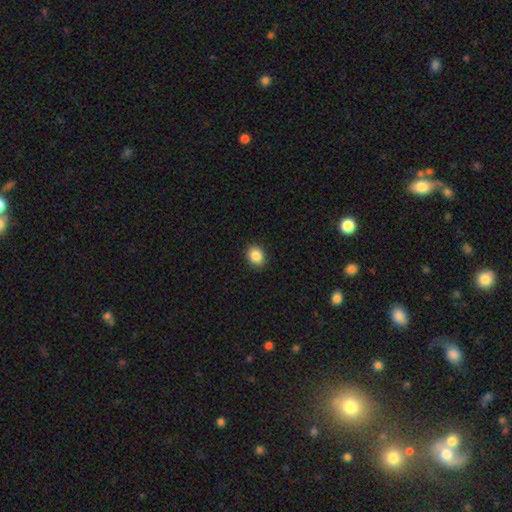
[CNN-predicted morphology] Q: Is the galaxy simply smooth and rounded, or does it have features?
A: smooth — 87%.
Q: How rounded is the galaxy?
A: round — 64%.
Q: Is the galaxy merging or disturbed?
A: none — 90%.